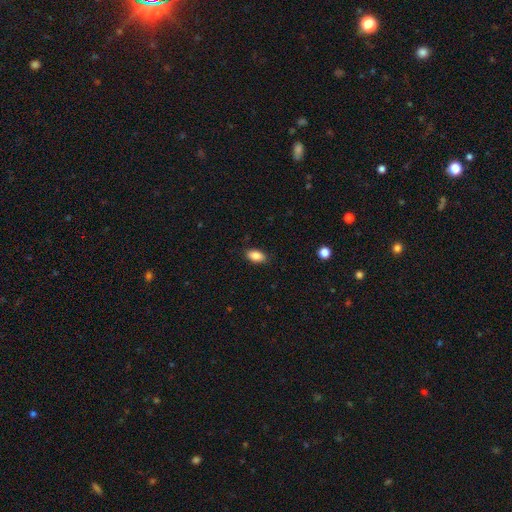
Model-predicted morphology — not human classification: Smooth or featured? Predicted: smooth (p=0.87). How rounded? Predicted: in between (p=0.92). Merging? Predicted: none (p=0.88).